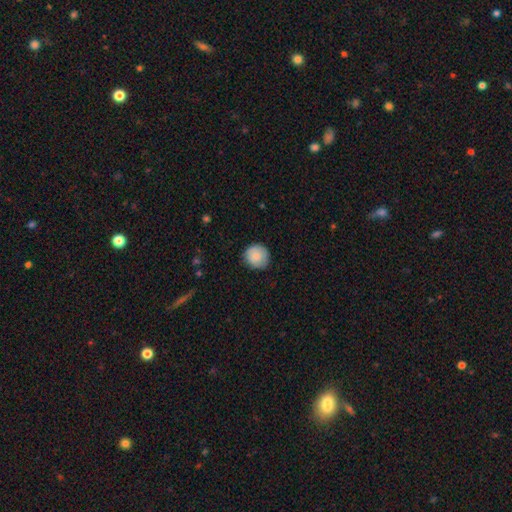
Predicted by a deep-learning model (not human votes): smooth_or_featured: smooth (p=0.86) [alt: featured or disk p=0.07]
how_rounded: round (p=0.90) [alt: in between p=0.09]
merging: none (p=0.83) [alt: minor disturbance p=0.13]